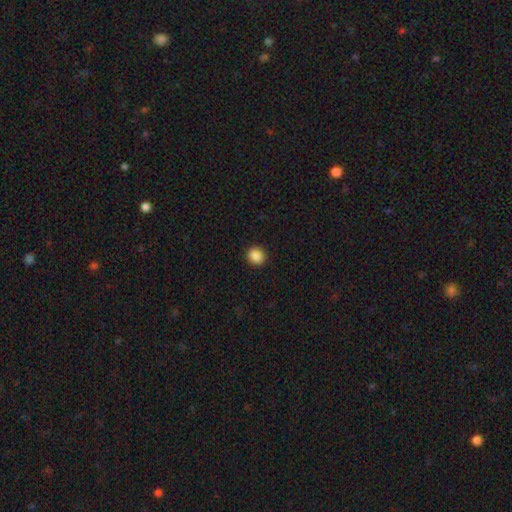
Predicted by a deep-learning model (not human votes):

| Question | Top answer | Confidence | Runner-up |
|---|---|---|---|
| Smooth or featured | smooth | 88% | star or artifact (9%) |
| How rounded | round | 78% | in between (21%) |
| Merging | none | 91% | minor disturbance (6%) |